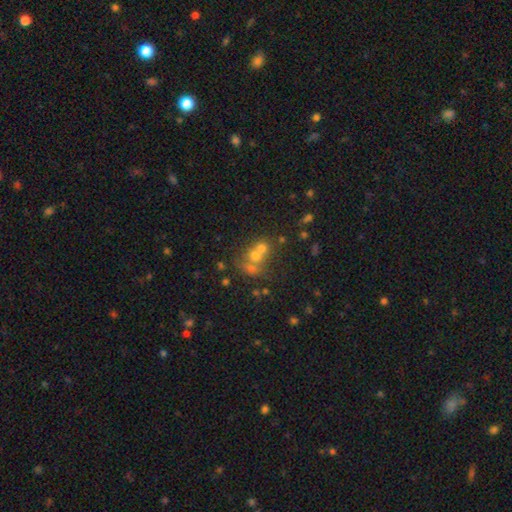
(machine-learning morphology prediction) Smooth or featured: smooth — 55% (featured or disk — 24%)
How rounded: round — 72% (in between — 27%)
Merging: merger — 59% (none — 29%)